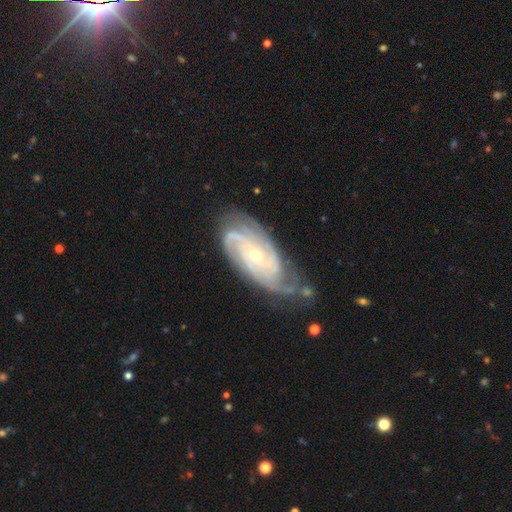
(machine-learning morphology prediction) Q: Smooth or featured?
A: featured or disk (89%); runner-up: star or artifact (5%)
Q: Edge-on disk?
A: no (95%); runner-up: yes (5%)
Q: Bar?
A: no (66%); runner-up: weak (26%)
Q: Spiral arms?
A: yes (98%); runner-up: no (2%)
Q: Spiral winding?
A: tight (66%); runner-up: medium (29%)
Q: Spiral arm count?
A: 3 (31%); runner-up: 4 (24%)
Q: Bulge size?
A: small (59%); runner-up: moderate (38%)
Q: Merging?
A: none (66%); runner-up: minor disturbance (23%)